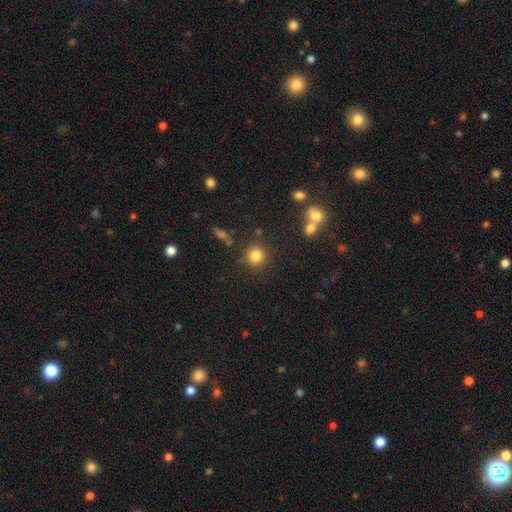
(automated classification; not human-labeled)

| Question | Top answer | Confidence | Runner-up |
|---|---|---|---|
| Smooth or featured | smooth | 83% | star or artifact (12%) |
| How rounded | round | 91% | in between (8%) |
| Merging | none | 83% | minor disturbance (8%) |